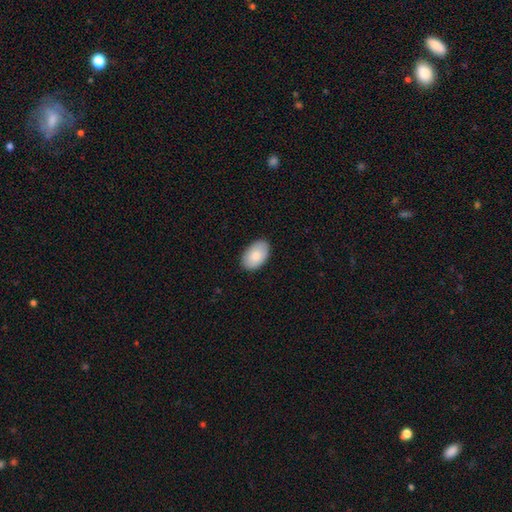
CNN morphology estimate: type=smooth (85%); roundness=in between (94%); merging=none (87%).